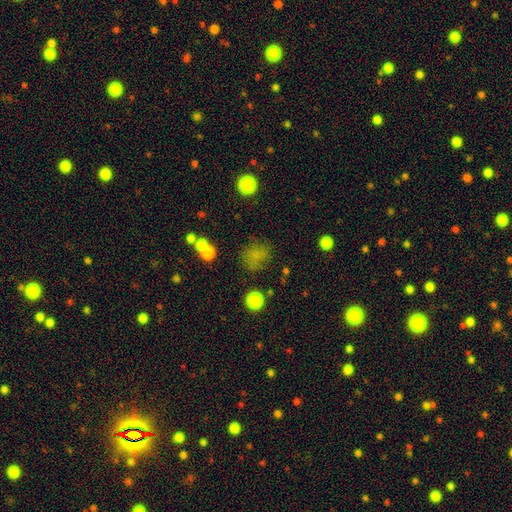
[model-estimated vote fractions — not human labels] smooth_or_featured: smooth (p=0.71) [alt: star or artifact p=0.20]
how_rounded: round (p=0.72) [alt: in between p=0.27]
merging: none (p=0.68) [alt: minor disturbance p=0.18]